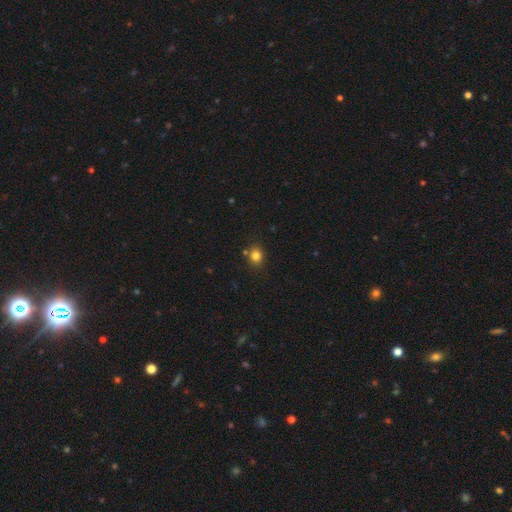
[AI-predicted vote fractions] smooth-or-featured: smooth: 80% | star or artifact: 13% | featured or disk: 6%
  how-rounded: round: 72% | in between: 27% | cigar-shaped: 1%
  merging: none: 79% | minor disturbance: 11% | merger: 7% | major disturbance: 3%